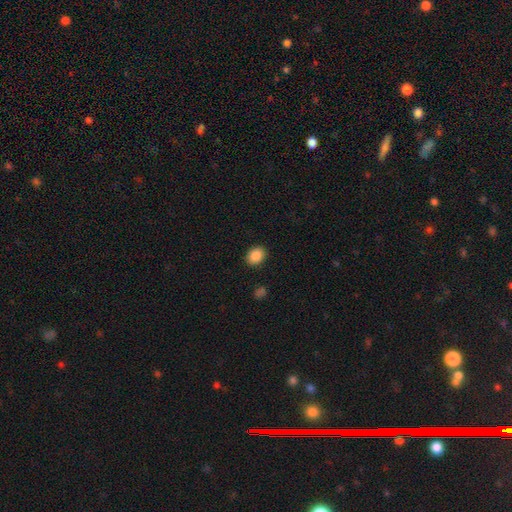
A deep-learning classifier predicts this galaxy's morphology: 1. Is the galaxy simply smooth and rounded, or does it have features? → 88% smooth, 8% star or artifact, 4% featured or disk.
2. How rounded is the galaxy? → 59% in between, 40% round, 1% cigar-shaped.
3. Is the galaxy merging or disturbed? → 89% none, 7% minor disturbance, 2% major disturbance, 1% merger.